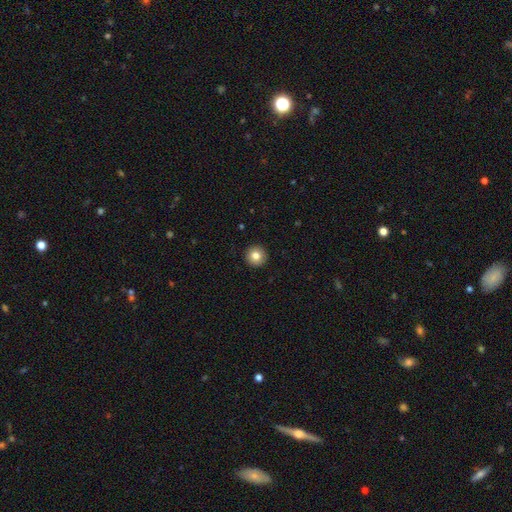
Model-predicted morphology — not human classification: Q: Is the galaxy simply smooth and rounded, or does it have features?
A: smooth — 83%.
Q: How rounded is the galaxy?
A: round — 96%.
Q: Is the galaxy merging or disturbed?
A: none — 94%.